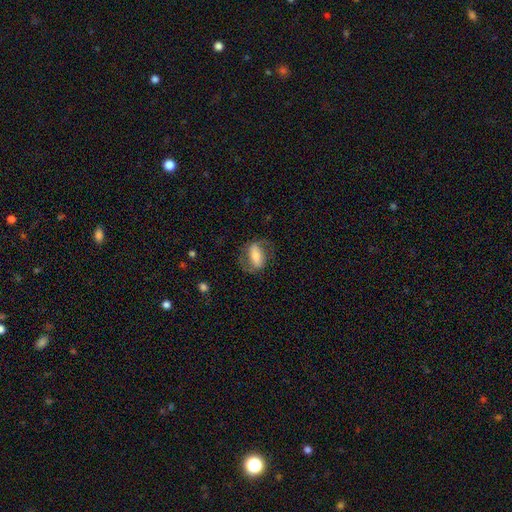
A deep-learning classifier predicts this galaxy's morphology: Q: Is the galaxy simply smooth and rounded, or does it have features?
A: featured or disk — 57%.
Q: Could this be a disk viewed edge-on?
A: no — 91%.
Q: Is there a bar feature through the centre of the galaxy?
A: strong — 54%.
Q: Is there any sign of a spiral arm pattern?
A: yes — 74%.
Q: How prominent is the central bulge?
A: moderate — 46%.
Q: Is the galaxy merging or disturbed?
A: none — 66%.